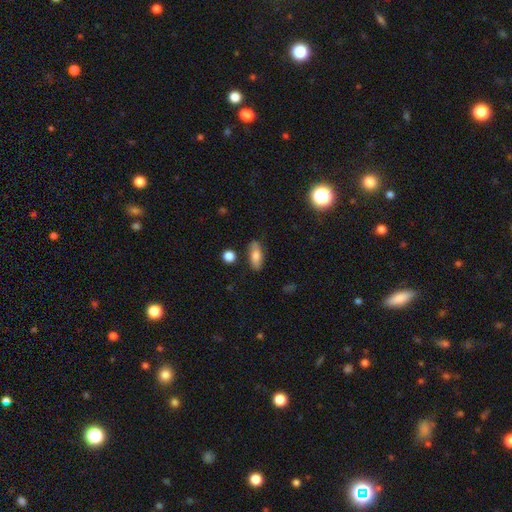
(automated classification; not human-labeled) Smooth or featured?
  - smooth: 74% *
  - featured or disk: 18%
  - star or artifact: 8%
How rounded?
  - in between: 80% *
  - cigar-shaped: 16%
  - round: 4%
Merging?
  - none: 77% *
  - minor disturbance: 16%
  - major disturbance: 4%
  - merger: 3%